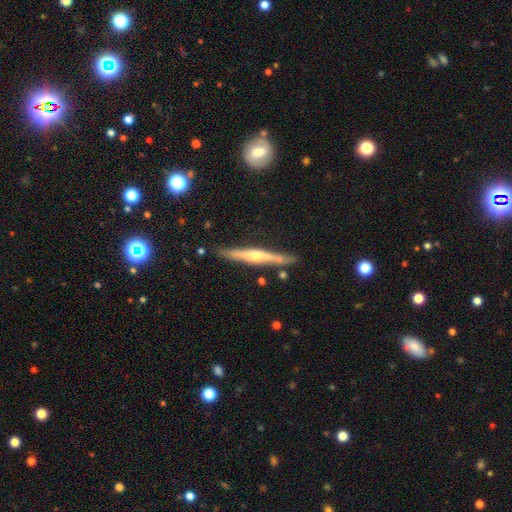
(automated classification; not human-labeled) This is likely a featured or disk galaxy (73%). It is clearly viewed edge-on (97%). Edge-on bulge: clearly rounded (81%). Merging: clearly none (82%).